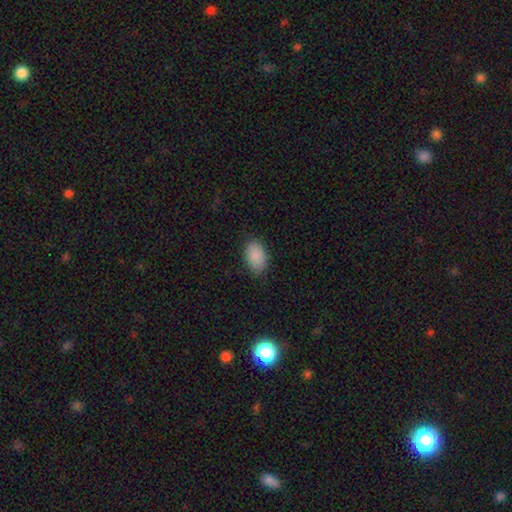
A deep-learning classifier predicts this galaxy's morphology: smooth 90%, star or artifact 7%, featured or disk 3%. Down the decision tree: how rounded — in between (90%); merging — none (85%).